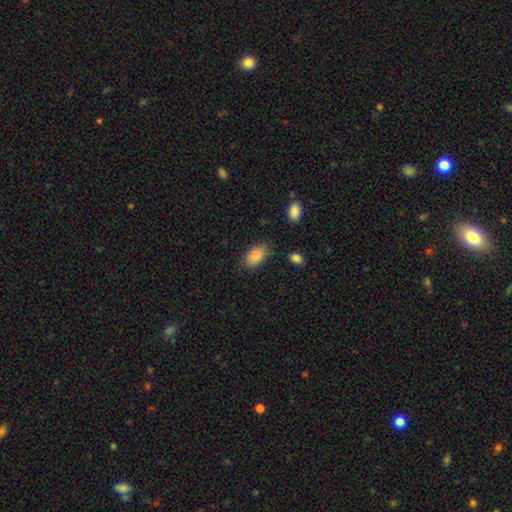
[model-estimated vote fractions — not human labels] Smooth or featured?
  - smooth: 86% *
  - star or artifact: 7%
  - featured or disk: 6%
How rounded?
  - in between: 92% *
  - round: 5%
  - cigar-shaped: 3%
Merging?
  - none: 80% *
  - minor disturbance: 14%
  - major disturbance: 4%
  - merger: 2%